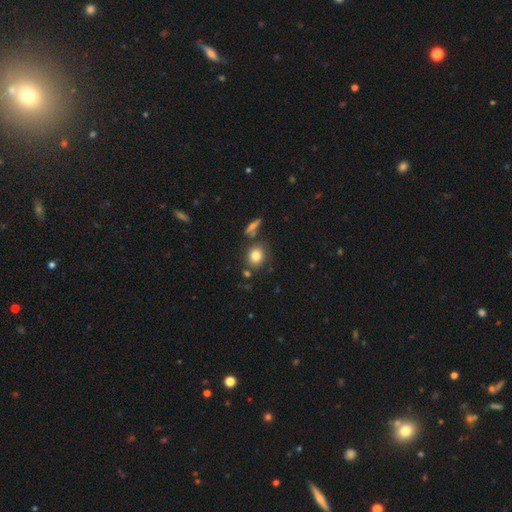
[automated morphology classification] Smooth or featured? Predicted: smooth (p=0.80). How rounded? Predicted: round (p=0.68). Merging? Predicted: none (p=0.76).